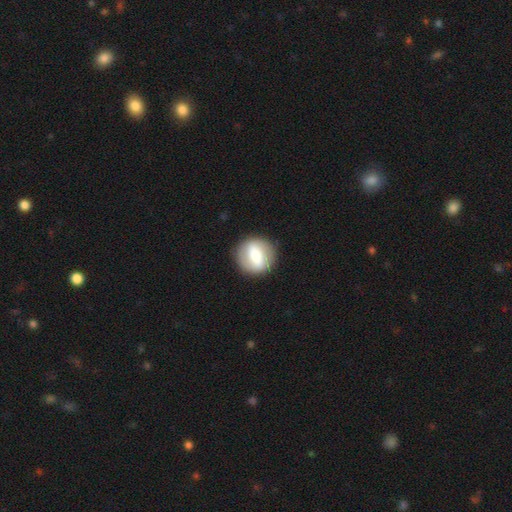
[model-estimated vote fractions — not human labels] Smooth or featured?
  - smooth: 51% *
  - featured or disk: 43%
  - star or artifact: 7%
How rounded?
  - round: 86% *
  - in between: 13%
  - cigar-shaped: 1%
Merging?
  - none: 87% *
  - minor disturbance: 8%
  - major disturbance: 3%
  - merger: 1%